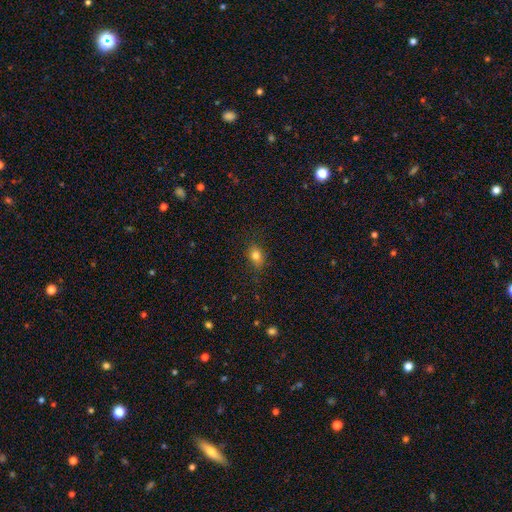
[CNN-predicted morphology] Smooth or featured?
  - smooth: 81% *
  - star or artifact: 11%
  - featured or disk: 8%
How rounded?
  - in between: 69% *
  - round: 29%
  - cigar-shaped: 2%
Merging?
  - none: 81% *
  - minor disturbance: 14%
  - major disturbance: 4%
  - merger: 1%